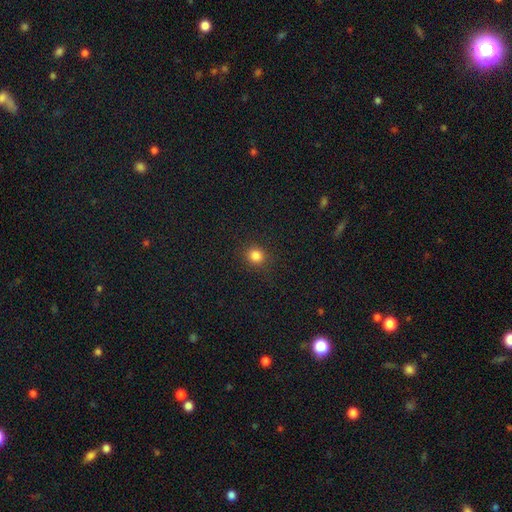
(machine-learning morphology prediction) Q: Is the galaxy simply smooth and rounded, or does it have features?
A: smooth — 83%.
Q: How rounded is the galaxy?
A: round — 85%.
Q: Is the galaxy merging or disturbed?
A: none — 88%.